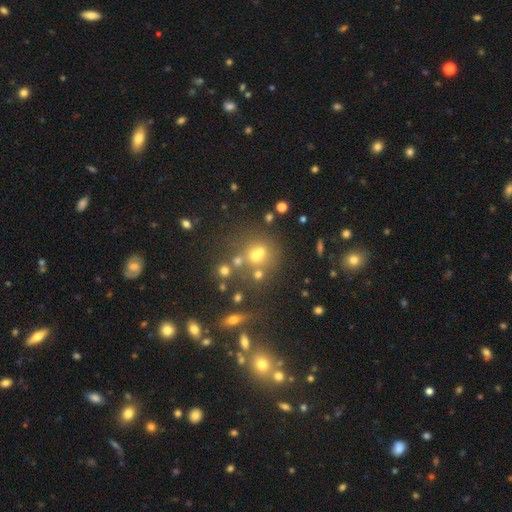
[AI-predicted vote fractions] Overall: smooth (54%; star or artifact 25%). How rounded: round (79%). Merging: none (48%; merger 36%).